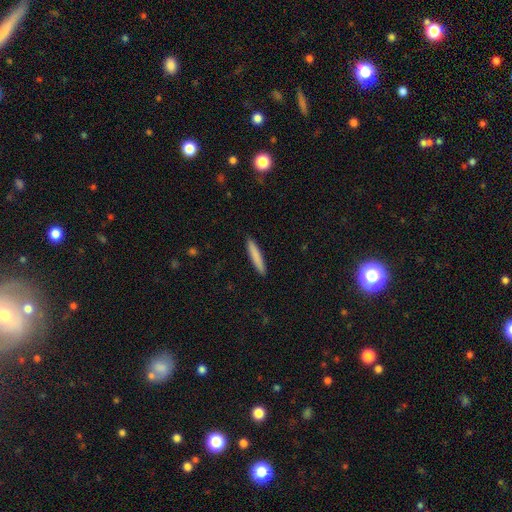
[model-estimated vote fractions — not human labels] A smooth galaxy with no disk features (82%) that is cigar-shaped (94%). Merging: none (91%).